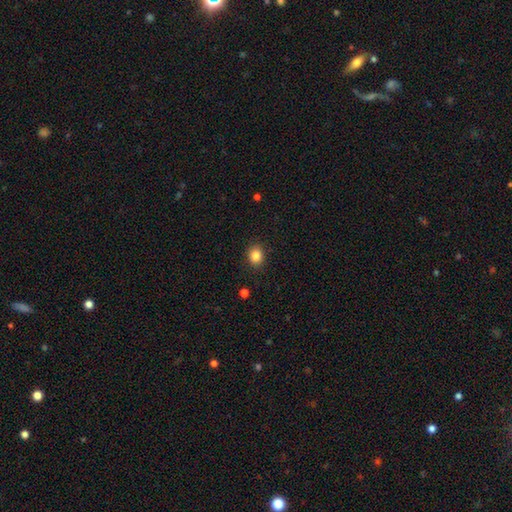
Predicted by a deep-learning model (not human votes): This appears to be a smooth galaxy with no disk features (85%) that is round (59%). Merging: none (89%).